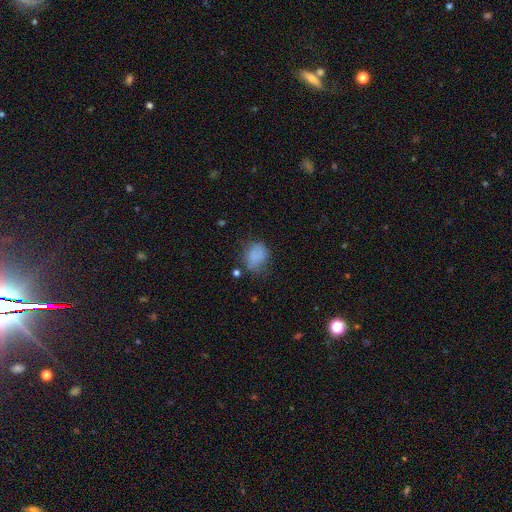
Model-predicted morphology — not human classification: Smooth or featured: smooth — 80% (star or artifact — 10%)
How rounded: round — 51% (in between — 48%)
Merging: none — 55% (minor disturbance — 29%)